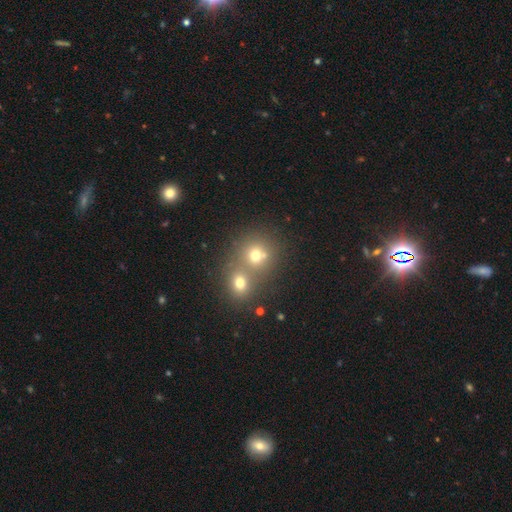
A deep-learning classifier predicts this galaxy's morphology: smooth_or_featured: smooth (p=0.69) [alt: star or artifact p=0.18]
how_rounded: round (p=0.82) [alt: in between p=0.17]
merging: merger (p=0.50) [alt: none p=0.41]